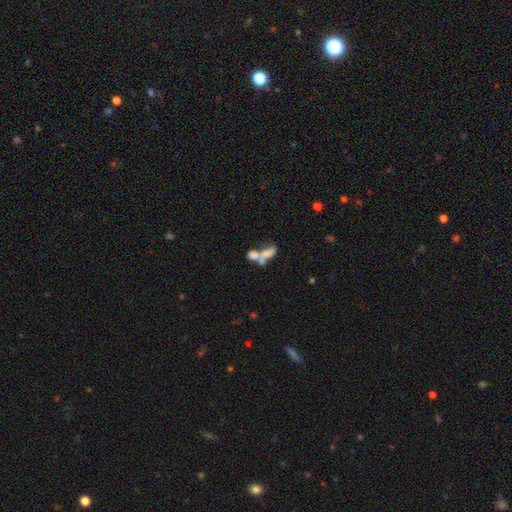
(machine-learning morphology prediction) This appears to be a smooth galaxy with no disk features (59%) that is in between round and cigar-shaped (74%). Merging: merger (66%).